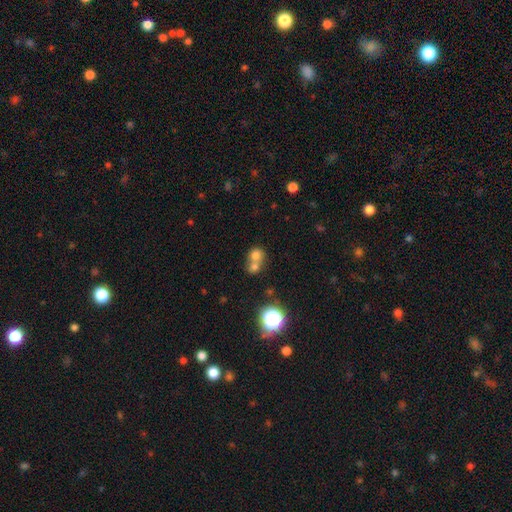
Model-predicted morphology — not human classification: Overall: smooth (71%). How rounded: round (75%). Merging: merger (63%; none 29%).